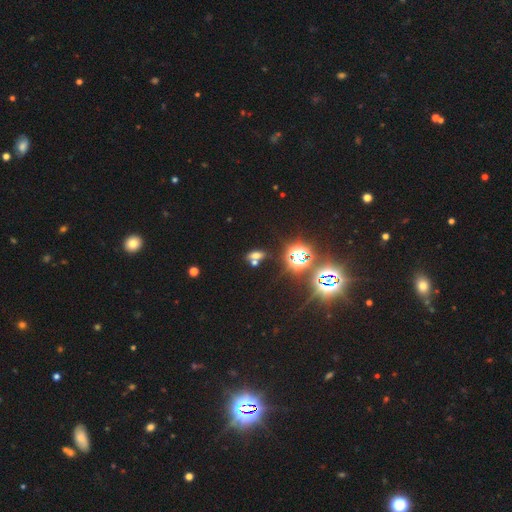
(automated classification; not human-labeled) smooth-or-featured: smooth: 46% | star or artifact: 40% | featured or disk: 14%
  merging: none: 47% | merger: 37% | minor disturbance: 11% | major disturbance: 6%